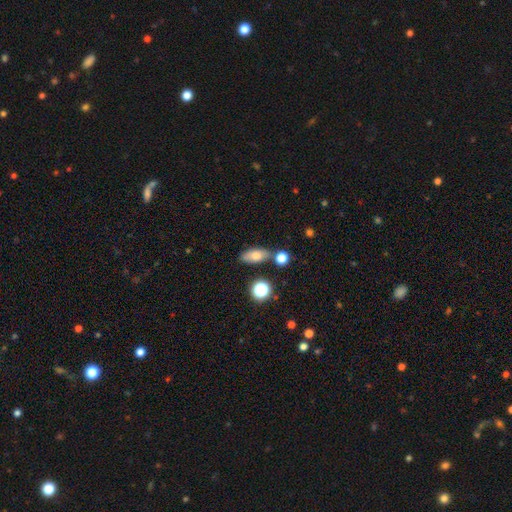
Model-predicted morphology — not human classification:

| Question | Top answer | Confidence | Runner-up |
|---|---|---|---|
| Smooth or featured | smooth | 74% | featured or disk (15%) |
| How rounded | in between | 76% | cigar-shaped (15%) |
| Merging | none | 72% | minor disturbance (14%) |